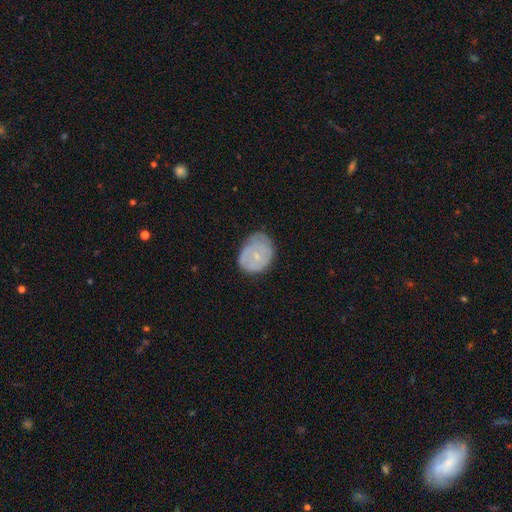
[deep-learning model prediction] A featured or disk galaxy (51%).

Vote fractions:
- Smooth or featured? featured or disk: 51% / smooth: 42% / star or artifact: 7%
- Edge-on disk? no: 97% / yes: 3%
- Merging? none: 58% / minor disturbance: 31% / major disturbance: 10% / merger: 1%